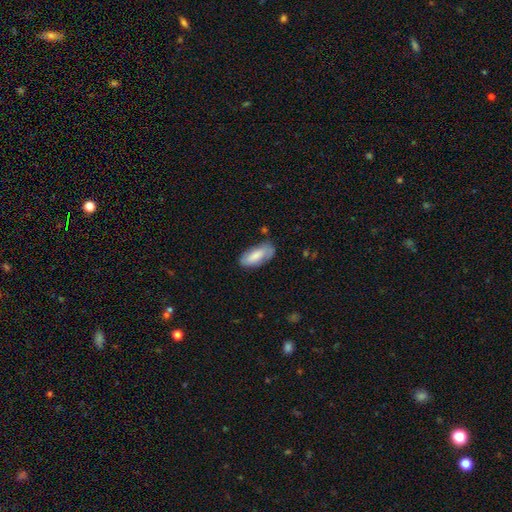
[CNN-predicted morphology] Smooth or featured?
  - smooth: 75% *
  - featured or disk: 19%
  - star or artifact: 6%
How rounded?
  - in between: 86% *
  - cigar-shaped: 12%
  - round: 2%
Merging?
  - none: 69% *
  - minor disturbance: 23%
  - major disturbance: 6%
  - merger: 2%